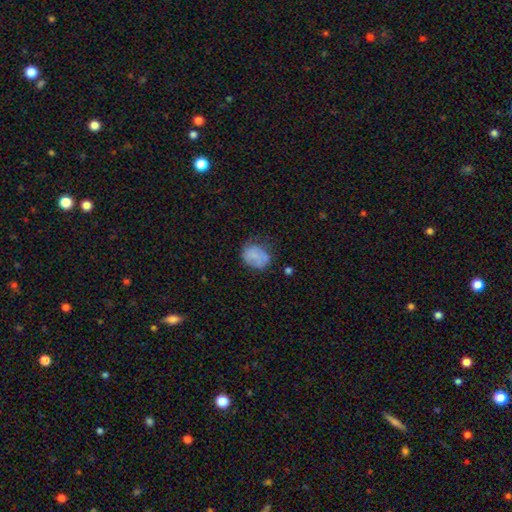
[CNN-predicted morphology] smooth 72%, featured or disk 19%, star or artifact 10%. Down the decision tree: how rounded — round (50%); merging — none (52%).